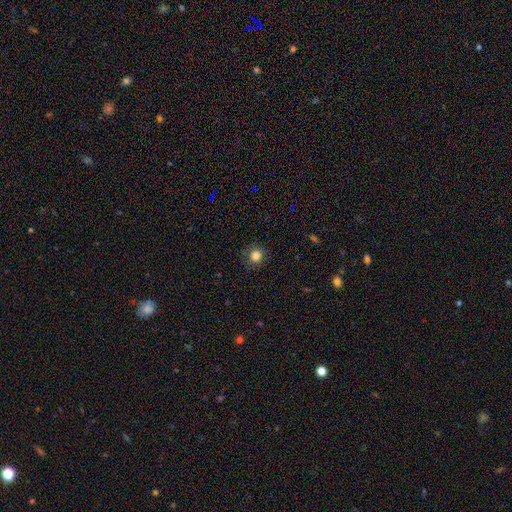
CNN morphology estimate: This is clearly a smooth galaxy (82%). How rounded: clearly round (89%). Merging: clearly none (86%).